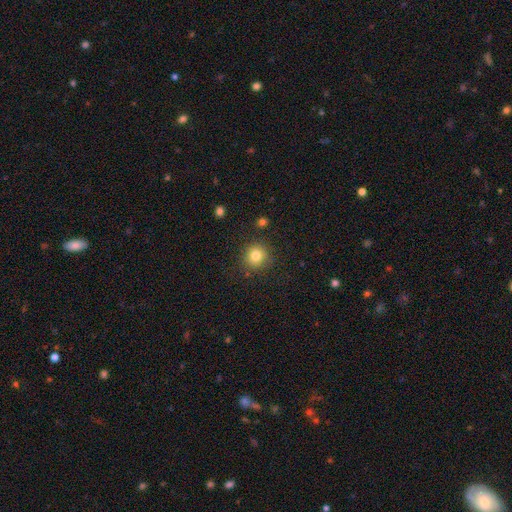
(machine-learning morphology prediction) smooth 82%, star or artifact 12%, featured or disk 6%. Down the decision tree: how rounded — round (91%); merging — none (87%).